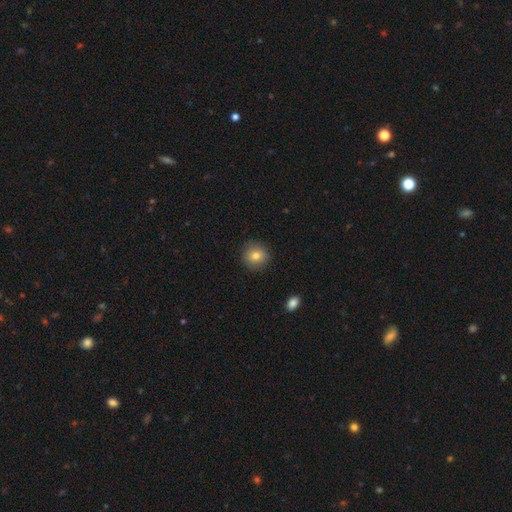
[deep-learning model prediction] This appears to be a smooth galaxy with no disk features (80%) that is round (89%). Merging: none (89%).